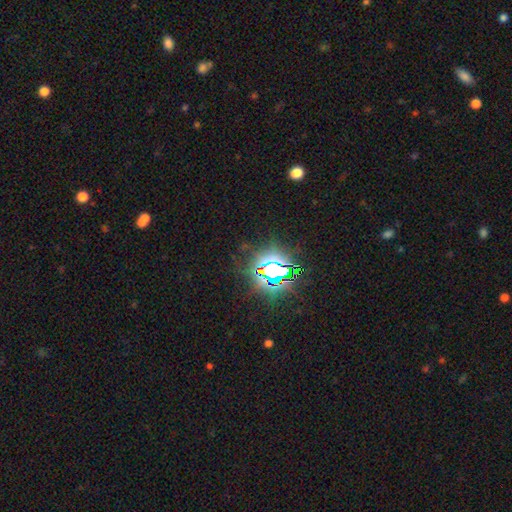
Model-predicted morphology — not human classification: star or artifact 83%, smooth 10%, featured or disk 8%.